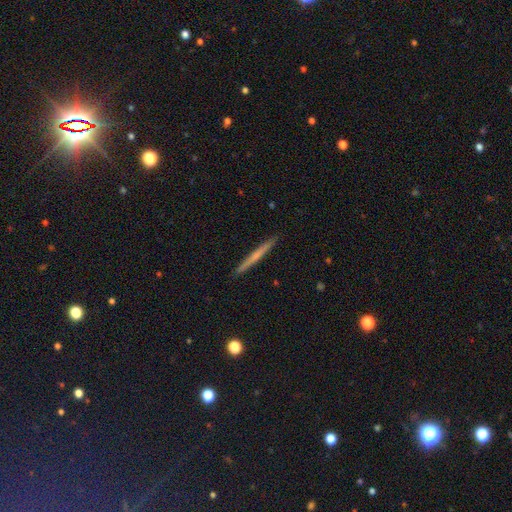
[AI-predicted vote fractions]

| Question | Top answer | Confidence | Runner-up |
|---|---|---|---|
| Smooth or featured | featured or disk | 50% | smooth (45%) |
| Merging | none | 92% | minor disturbance (5%) |